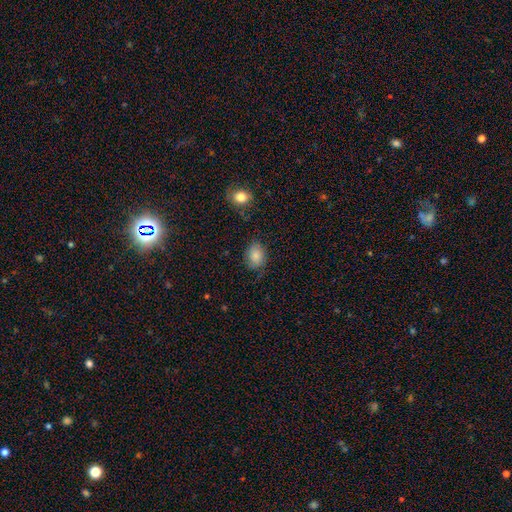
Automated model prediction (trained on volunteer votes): smooth_or_featured: smooth (p=0.82) [alt: featured or disk p=0.09]
how_rounded: in between (p=0.60) [alt: round p=0.39]
merging: none (p=0.68) [alt: minor disturbance p=0.23]